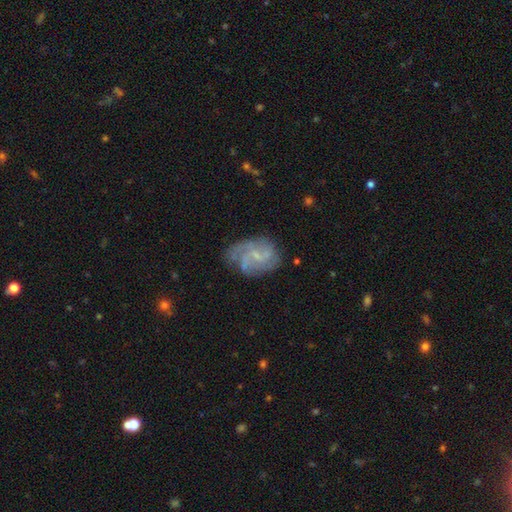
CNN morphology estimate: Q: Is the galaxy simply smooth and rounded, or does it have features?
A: featured or disk — 76%.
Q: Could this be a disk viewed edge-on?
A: no — 98%.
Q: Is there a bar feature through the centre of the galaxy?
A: no — 46%, tied with weak.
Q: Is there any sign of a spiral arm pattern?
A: yes — 89%.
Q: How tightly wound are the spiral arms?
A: medium — 44%.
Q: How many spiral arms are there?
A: can't tell — 28%.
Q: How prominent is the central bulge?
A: small — 62%.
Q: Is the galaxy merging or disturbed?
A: none — 62%.